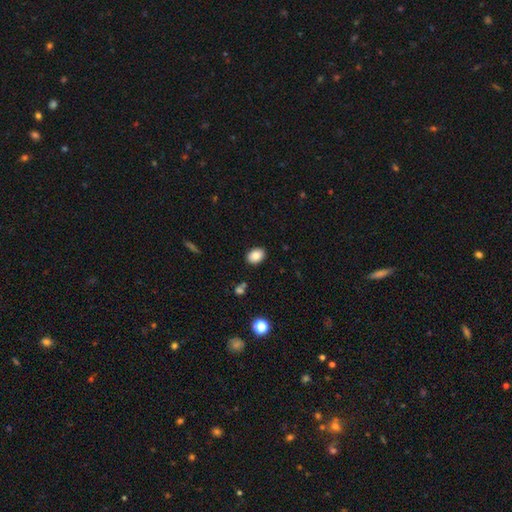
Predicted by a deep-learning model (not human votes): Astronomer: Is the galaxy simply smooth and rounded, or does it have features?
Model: smooth — 84%.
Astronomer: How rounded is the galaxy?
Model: in between — 76%.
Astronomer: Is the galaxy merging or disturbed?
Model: none — 89%.